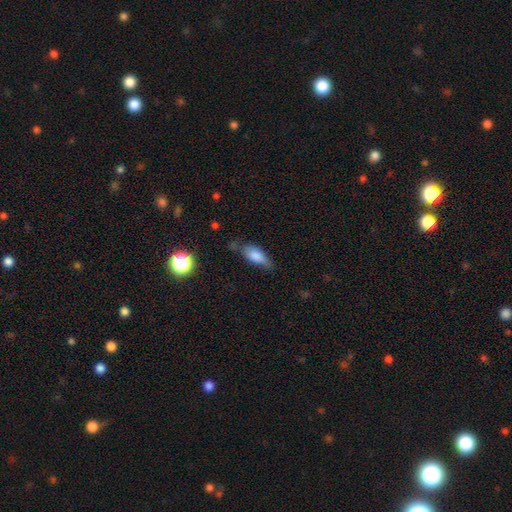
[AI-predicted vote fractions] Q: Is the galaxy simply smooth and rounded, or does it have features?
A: smooth — 76%.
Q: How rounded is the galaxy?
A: in between — 77%.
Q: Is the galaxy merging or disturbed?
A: none — 53%.